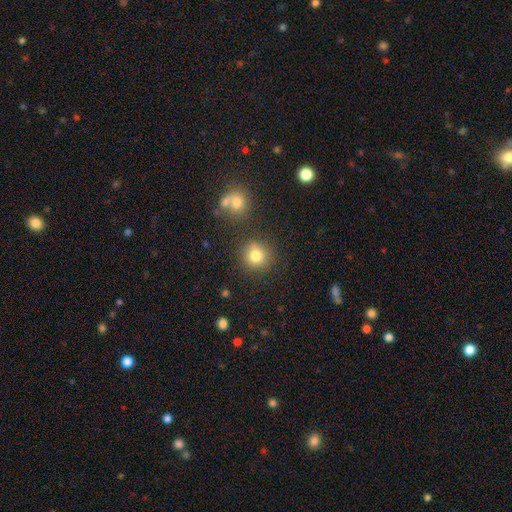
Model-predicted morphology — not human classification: Overall: smooth (80%). How rounded: round (92%). Merging: none (79%).